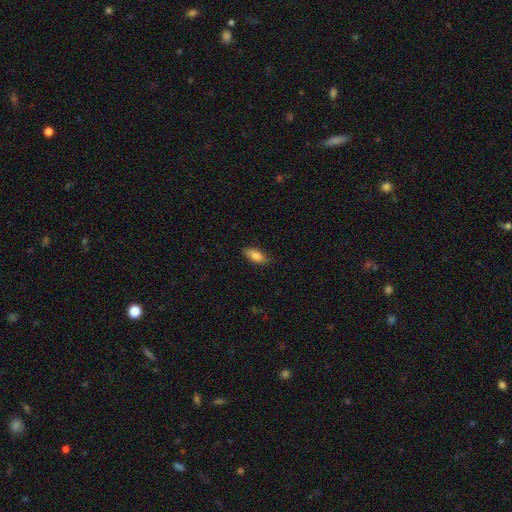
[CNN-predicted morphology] The model was most divided on "how rounded": in between: 83%, cigar-shaped: 15%, round: 3%. More confident: merging — none (85%); smooth or featured — smooth (83%).